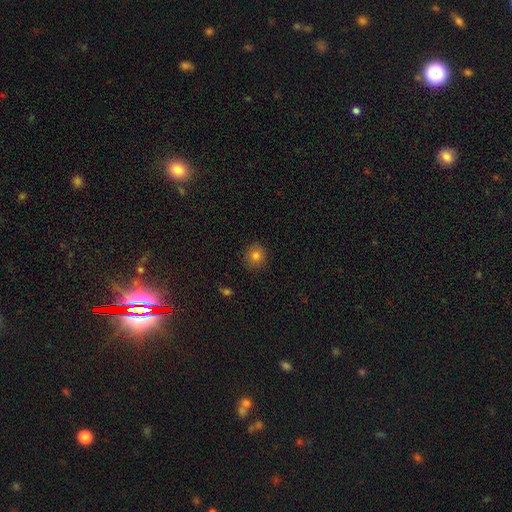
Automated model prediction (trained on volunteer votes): A smooth galaxy with no disk features (81%) that is round (91%). Merging: none (90%).